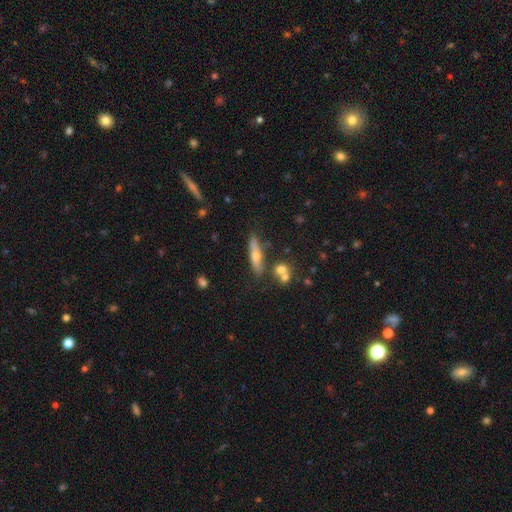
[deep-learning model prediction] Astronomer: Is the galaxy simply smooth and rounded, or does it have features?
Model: smooth — 48% (runner-up: featured or disk, 44%).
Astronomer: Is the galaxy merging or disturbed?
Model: none — 75%.